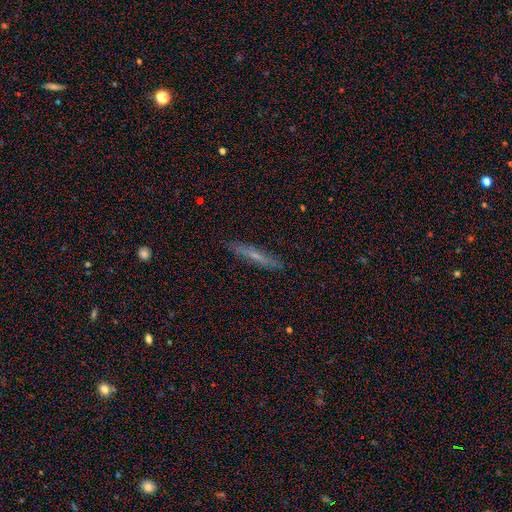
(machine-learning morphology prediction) A smooth galaxy with no disk features (45%, tied with featured or disk). Merging: none (86%).